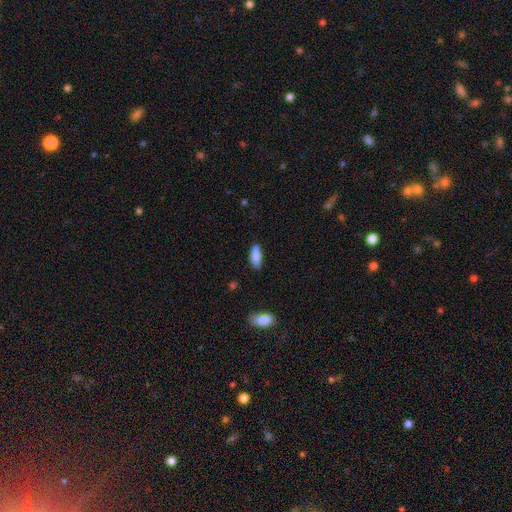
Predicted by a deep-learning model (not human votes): A smooth galaxy with no disk features (85%) that is in between round and cigar-shaped (78%).

Vote fractions:
- Smooth or featured? smooth: 85% / featured or disk: 8% / star or artifact: 6%
- How rounded? in between: 78% / cigar-shaped: 20% / round: 2%
- Merging? none: 79% / minor disturbance: 16% / major disturbance: 3% / merger: 2%